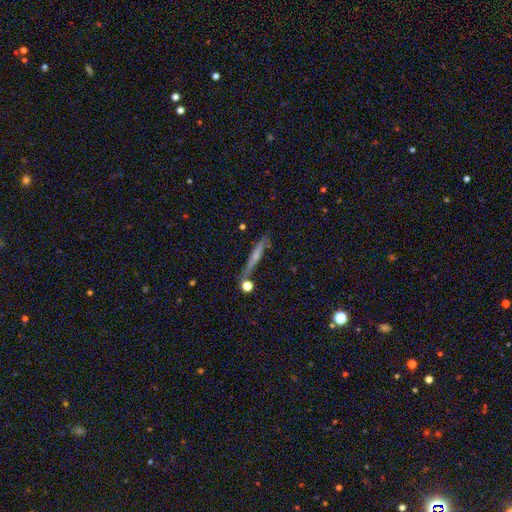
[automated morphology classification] The model was most divided on "smooth or featured": smooth: 47%, featured or disk: 43%, star or artifact: 9%. More confident: merging — none (74%).